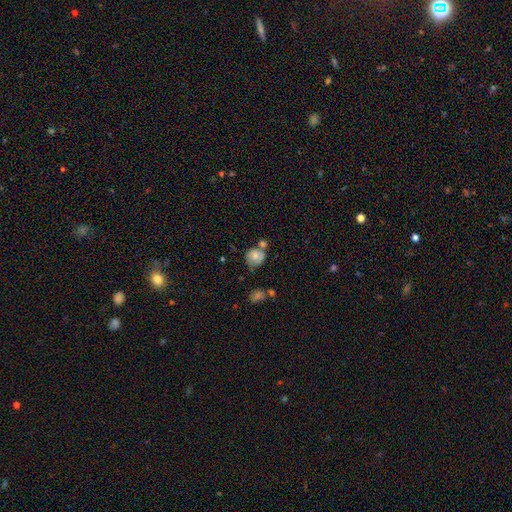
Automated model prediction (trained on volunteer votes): This appears to be a smooth galaxy with no disk features (68%) that is round (78%). Merging: none (43%).